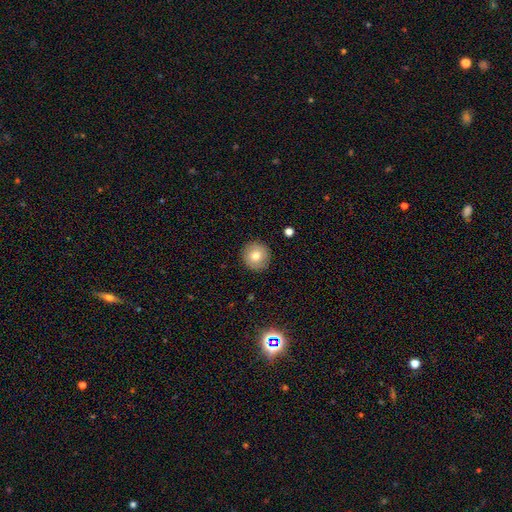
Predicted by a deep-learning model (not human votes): Smooth or featured?
  - smooth: 78% *
  - featured or disk: 13%
  - star or artifact: 9%
How rounded?
  - round: 94% *
  - in between: 5%
  - cigar-shaped: 1%
Merging?
  - none: 91% *
  - minor disturbance: 6%
  - major disturbance: 2%
  - merger: 1%